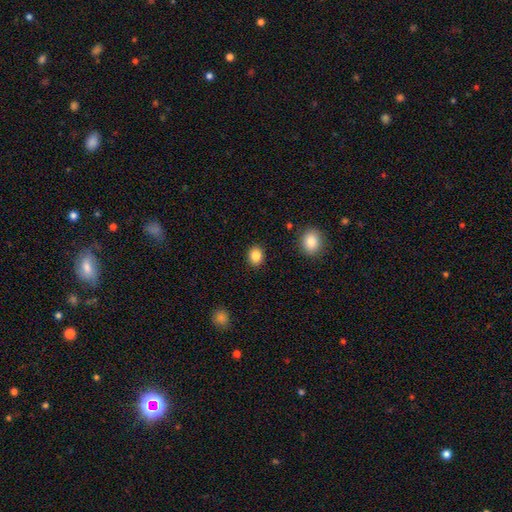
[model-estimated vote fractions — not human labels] This appears to be a smooth galaxy with no disk features (86%) that is round (56%). Merging: none (90%).